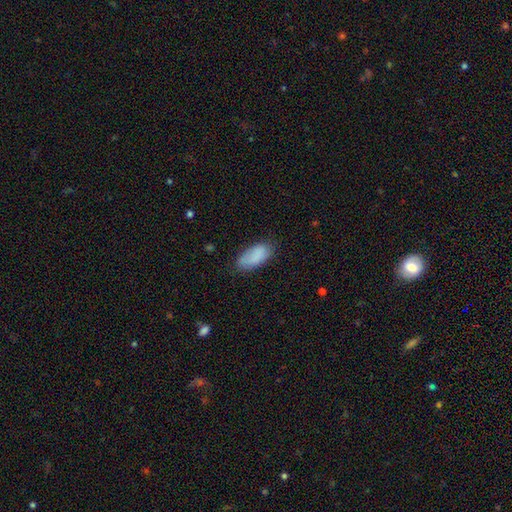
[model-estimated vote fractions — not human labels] Smooth or featured?
  - smooth: 86% *
  - featured or disk: 7%
  - star or artifact: 7%
How rounded?
  - in between: 90% *
  - cigar-shaped: 8%
  - round: 2%
Merging?
  - none: 72% *
  - minor disturbance: 21%
  - major disturbance: 5%
  - merger: 2%